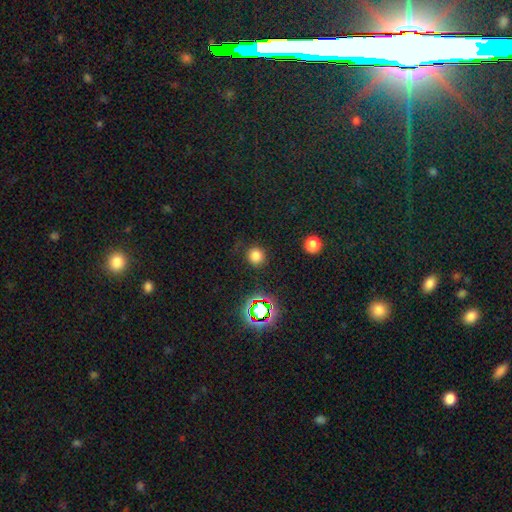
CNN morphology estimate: smooth 75%, star or artifact 19%, featured or disk 6%. Down the decision tree: how rounded — round (92%); merging — none (86%).